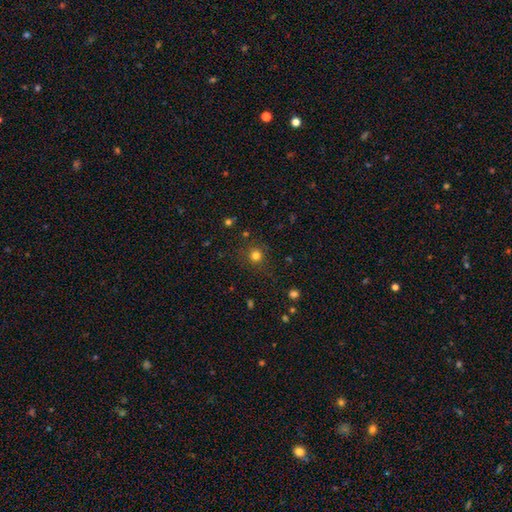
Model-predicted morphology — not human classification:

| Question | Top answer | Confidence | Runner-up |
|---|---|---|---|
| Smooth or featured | smooth | 77% | star or artifact (17%) |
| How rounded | round | 92% | in between (7%) |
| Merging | none | 85% | minor disturbance (9%) |